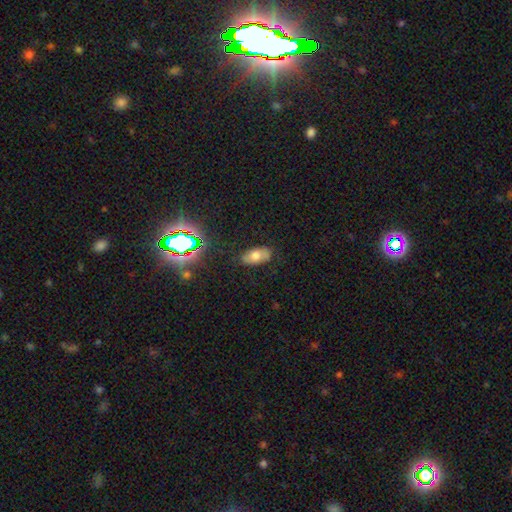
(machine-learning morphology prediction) Smooth or featured?
  - smooth: 63% *
  - featured or disk: 23%
  - star or artifact: 14%
How rounded?
  - in between: 91% *
  - cigar-shaped: 5%
  - round: 5%
Merging?
  - none: 78% *
  - minor disturbance: 16%
  - major disturbance: 4%
  - merger: 2%